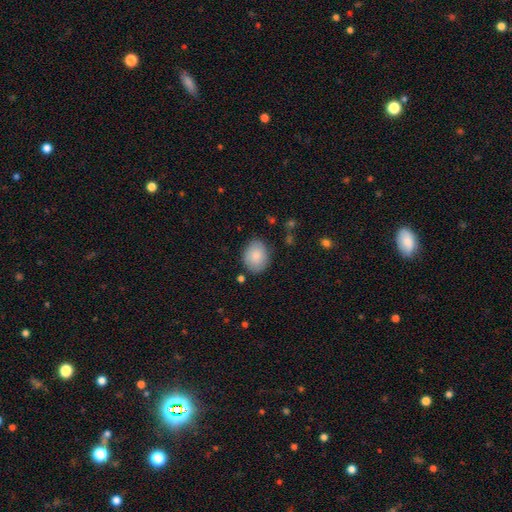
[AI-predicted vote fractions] This is clearly a smooth galaxy (84%). How rounded: possibly in between (57%). Merging: clearly none (81%).